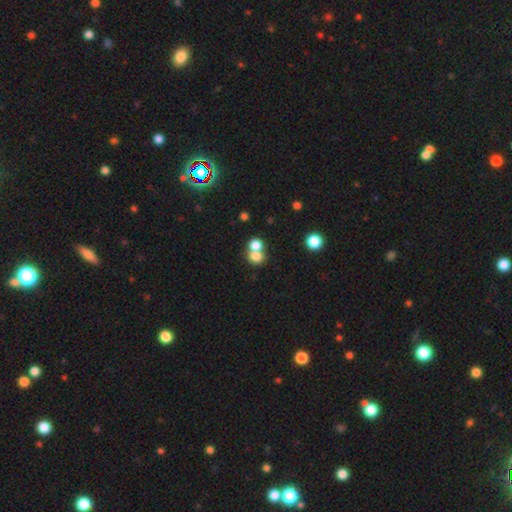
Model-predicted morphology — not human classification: type=smooth (76%); roundness=round (73%); merging=merger (57%).